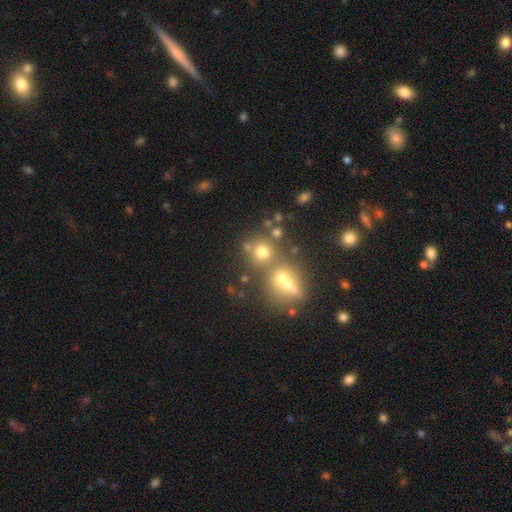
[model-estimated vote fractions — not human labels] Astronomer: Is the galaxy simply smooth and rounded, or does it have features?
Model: smooth — 42% (runner-up: star or artifact, 32%).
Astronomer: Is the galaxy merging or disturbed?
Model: merger — 45% (runner-up: none, 38%).